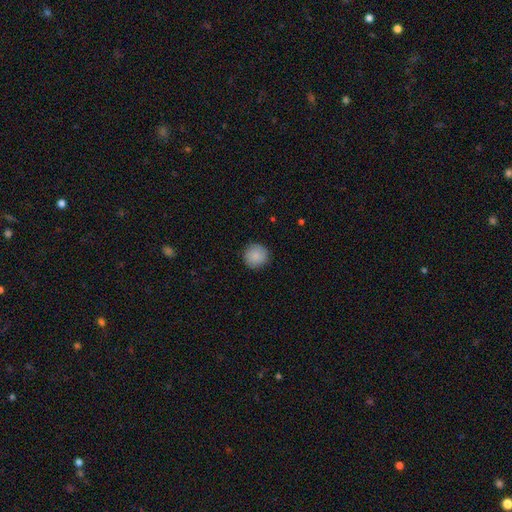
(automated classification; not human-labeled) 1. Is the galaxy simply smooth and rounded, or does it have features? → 88% smooth, 7% star or artifact, 5% featured or disk.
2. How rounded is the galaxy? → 95% round, 4% in between, 1% cigar-shaped.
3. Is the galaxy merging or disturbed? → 91% none, 7% minor disturbance, 2% major disturbance, 1% merger.